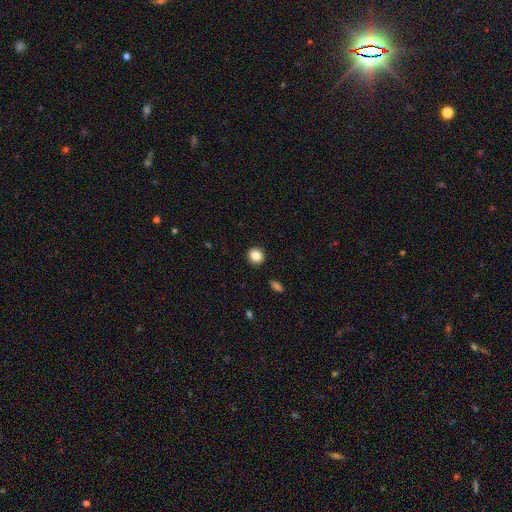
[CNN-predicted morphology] type=smooth (84%); roundness=round (87%); merging=none (92%).